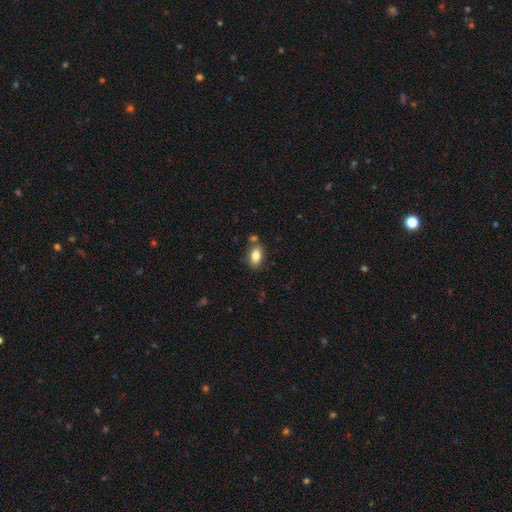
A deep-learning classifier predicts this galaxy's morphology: The model was most divided on "merging": none: 72%, minor disturbance: 13%, merger: 11%, major disturbance: 3%. More confident: how rounded — in between (90%); smooth or featured — smooth (82%).